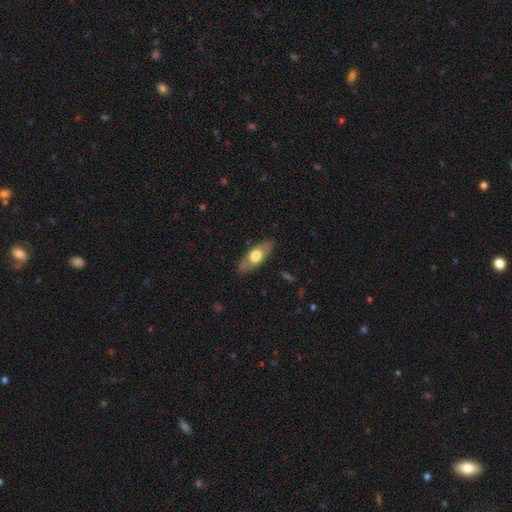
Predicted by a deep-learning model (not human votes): smooth 58%, featured or disk 36%, star or artifact 6%. Down the decision tree: how rounded — in between (75%); merging — none (83%).